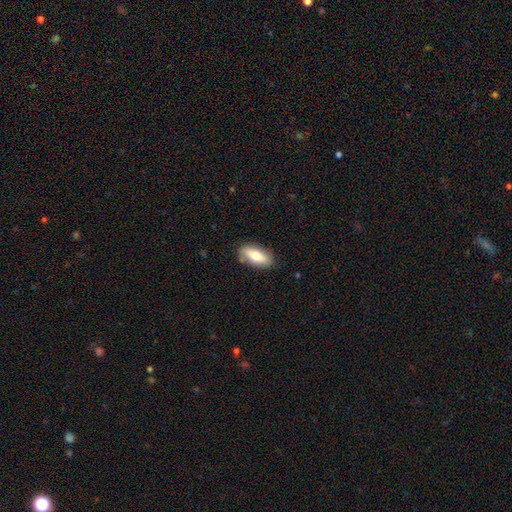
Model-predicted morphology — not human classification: Smooth or featured? smooth (74%)
How rounded? in between (81%)
Merging? none (83%)